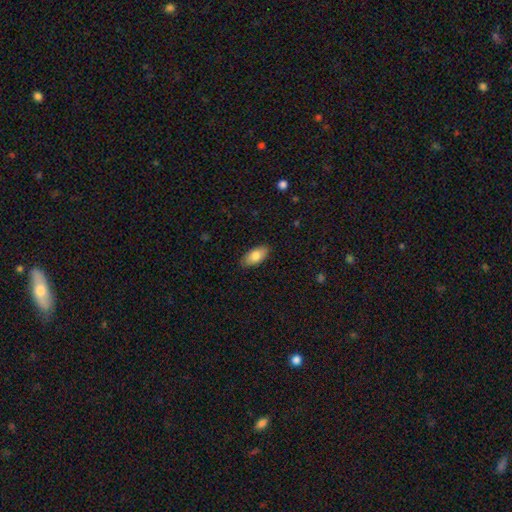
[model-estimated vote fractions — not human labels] Morphology: type=smooth (81%); roundness=in between (92%); merging=none (85%).